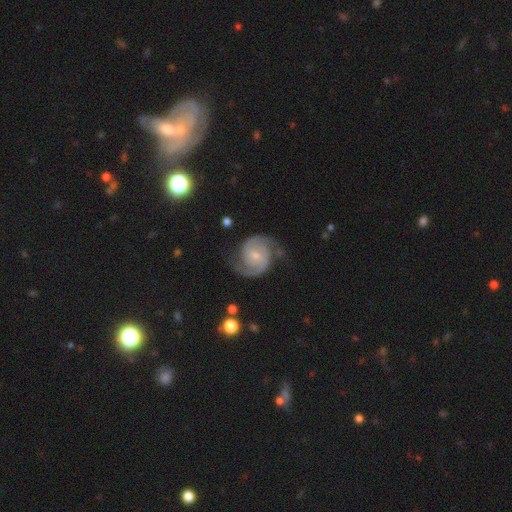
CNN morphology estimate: A featured or disk galaxy (91%) with no bar (48%), 2 (93%) medium (53%) spiral arms (98%) and a small central bulge (52%).

Vote fractions:
- Smooth or featured? featured or disk: 91% / smooth: 5% / star or artifact: 4%
- Edge-on disk? no: 98% / yes: 2%
- Bar? no: 48% / weak: 43% / strong: 9%
- Spiral arms? yes: 98% / no: 2%
- Spiral winding? medium: 53% / tight: 35% / loose: 13%
- Spiral arm count? 2: 93% / can't tell: 2% / 3: 2% / 1: 1% / 4: 1% / more than 4: 1%
- Bulge size? small: 52% / moderate: 41% / none: 4% / large: 2% / dominant: 1%
- Merging? none: 77% / minor disturbance: 15% / major disturbance: 6% / merger: 2%